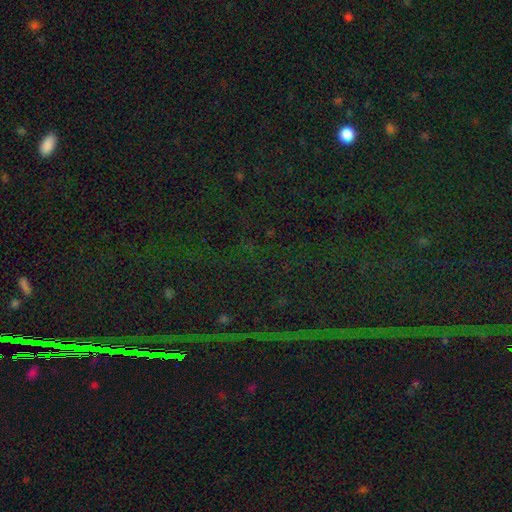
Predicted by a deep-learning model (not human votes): smooth_or_featured: star or artifact (p=0.85) [alt: smooth p=0.08]